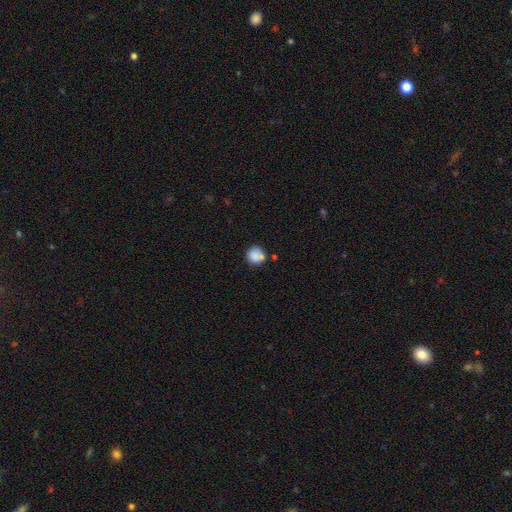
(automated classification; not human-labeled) This appears to be a smooth galaxy with no disk features (84%) that is round (90%). Merging: none (68%).